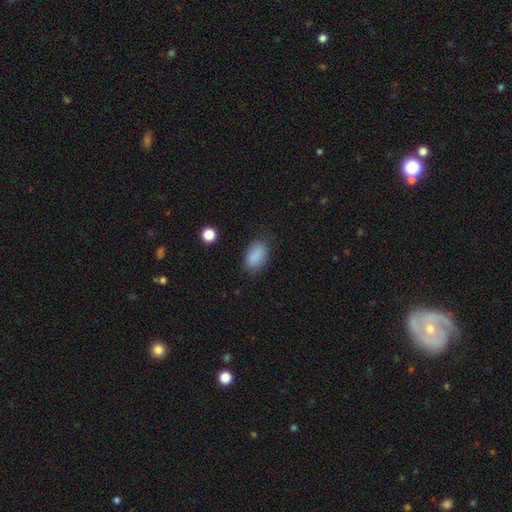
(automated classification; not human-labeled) This appears to be a smooth galaxy with no disk features (87%) that is in between round and cigar-shaped (90%). Merging: none (81%).